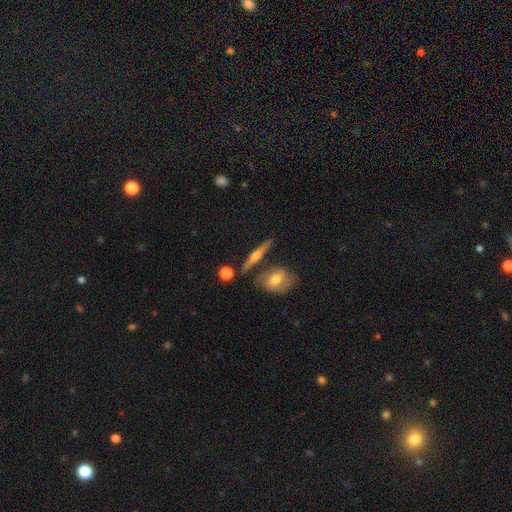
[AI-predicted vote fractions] A featured or disk galaxy (68%) viewed edge-on (95%) with a rounded central bulge (93%). Merging: none (78%).